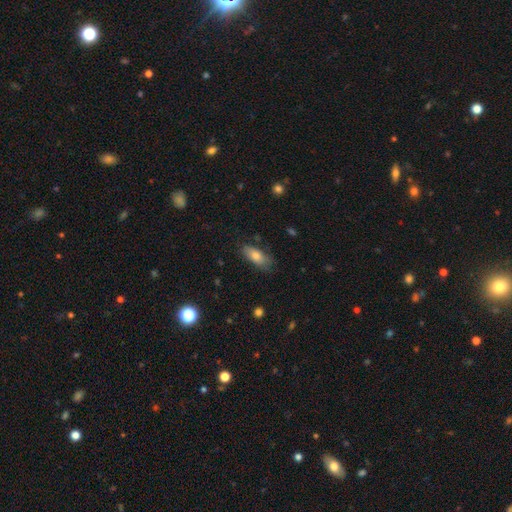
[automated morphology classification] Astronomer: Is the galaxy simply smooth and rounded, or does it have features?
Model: smooth — 77%.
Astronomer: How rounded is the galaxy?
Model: in between — 81%.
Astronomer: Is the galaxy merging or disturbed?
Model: none — 75%.